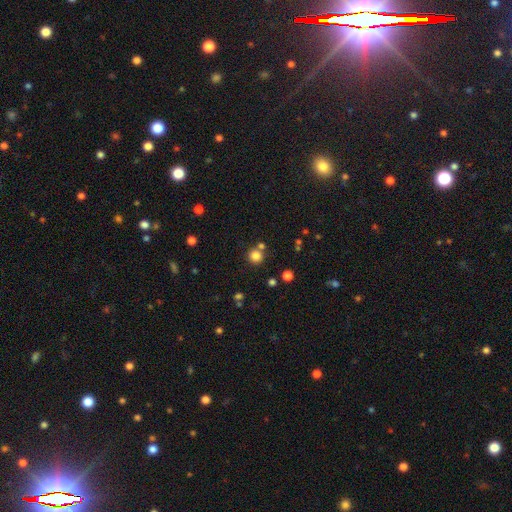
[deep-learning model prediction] Overall: smooth (81%). How rounded: round (93%). Merging: none (75%).